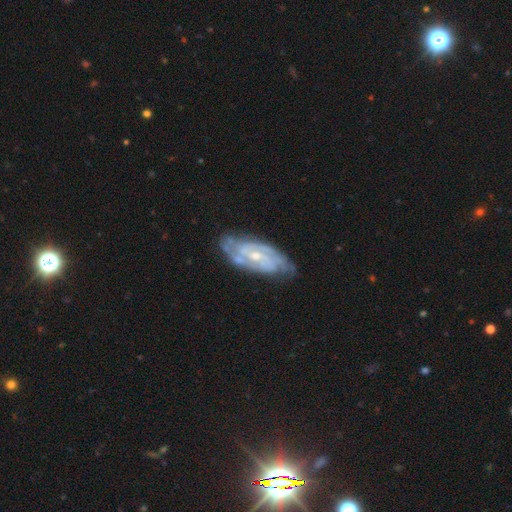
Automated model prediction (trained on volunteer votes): Q: Smooth or featured?
A: featured or disk (84%); runner-up: smooth (10%)
Q: Edge-on disk?
A: no (92%); runner-up: yes (8%)
Q: Bar?
A: no (45%); runner-up: weak (43%)
Q: Spiral arms?
A: yes (93%); runner-up: no (7%)
Q: Spiral winding?
A: tight (57%); runner-up: medium (35%)
Q: Spiral arm count?
A: 2 (45%); runner-up: can't tell (27%)
Q: Bulge size?
A: small (60%); runner-up: moderate (36%)
Q: Merging?
A: none (72%); runner-up: minor disturbance (20%)